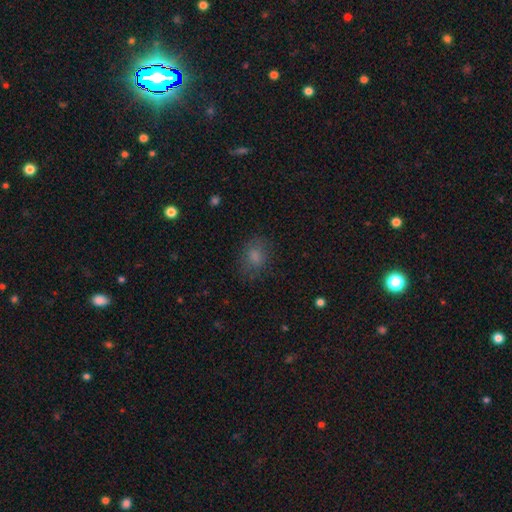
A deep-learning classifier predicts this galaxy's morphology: A smooth galaxy with no disk features (69%) that is in between round and cigar-shaped (52%).

Vote fractions:
- Smooth or featured? smooth: 69% / star or artifact: 21% / featured or disk: 10%
- How rounded? in between: 52% / round: 47% / cigar-shaped: 1%
- Merging? none: 80% / minor disturbance: 14% / major disturbance: 5% / merger: 1%